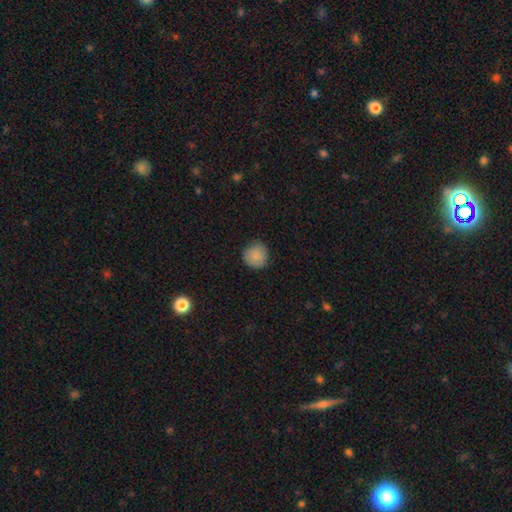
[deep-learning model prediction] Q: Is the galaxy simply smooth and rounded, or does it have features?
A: smooth — 86%.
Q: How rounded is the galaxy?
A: round — 92%.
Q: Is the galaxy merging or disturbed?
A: none — 82%.